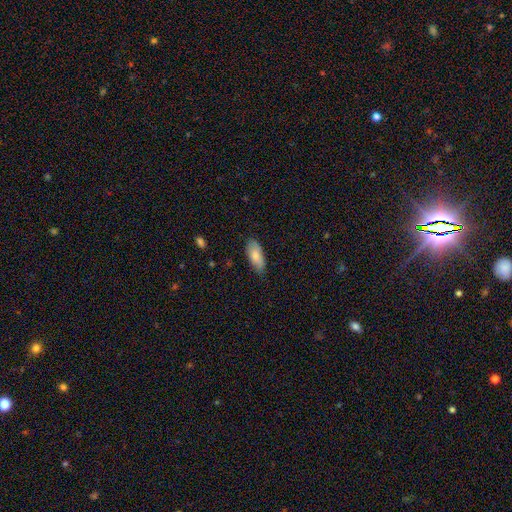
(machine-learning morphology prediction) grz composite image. It shows a smooth galaxy with no disk features (81%) that is in between round and cigar-shaped (85%). Merging: none (77%).